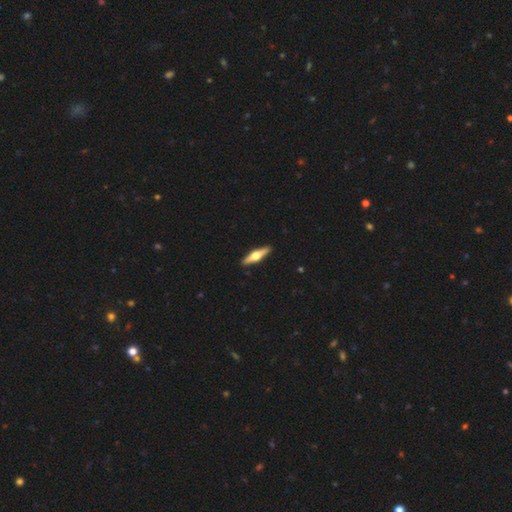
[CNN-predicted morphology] Smooth or featured? Predicted: featured or disk (p=0.65). Edge-on disk? Predicted: yes (p=0.96). Edge-on bulge? Predicted: rounded (p=0.96). Merging? Predicted: none (p=0.92).